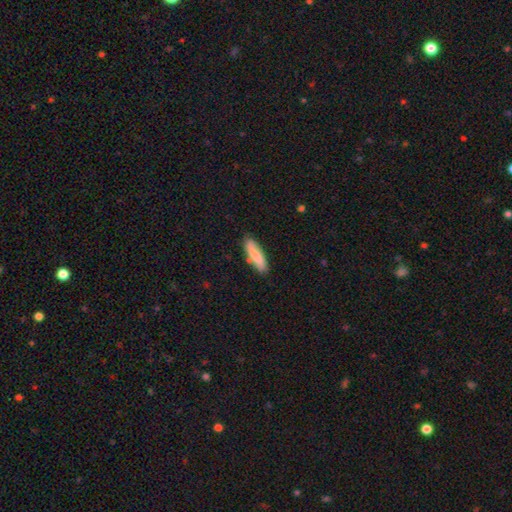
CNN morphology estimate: Overall: smooth (79%). How rounded: cigar-shaped (62%; in between 36%). Merging: none (78%).